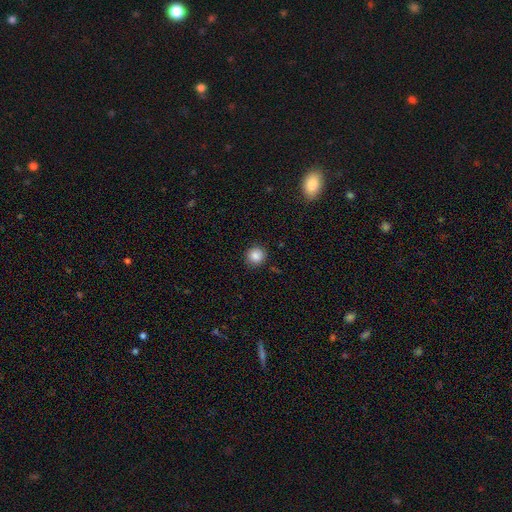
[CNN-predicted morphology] This is clearly a smooth galaxy (86%). How rounded: clearly round (91%). Merging: clearly none (89%).